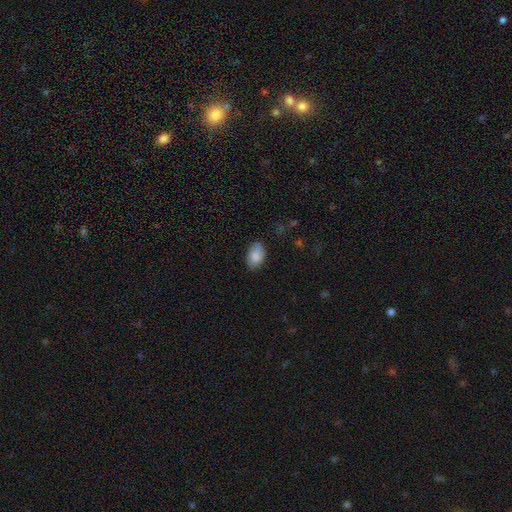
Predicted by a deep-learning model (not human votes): smooth-or-featured: smooth: 83% | featured or disk: 10% | star or artifact: 7%
  how-rounded: in between: 90% | round: 9% | cigar-shaped: 1%
  merging: none: 80% | minor disturbance: 16% | major disturbance: 3% | merger: 1%